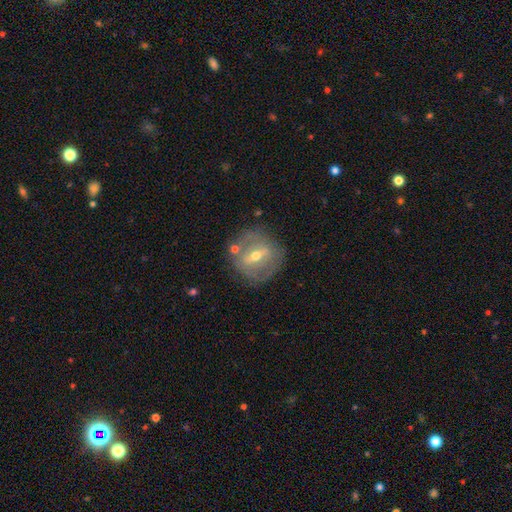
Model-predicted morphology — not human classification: Q: Smooth or featured?
A: featured or disk (68%); runner-up: smooth (24%)
Q: Edge-on disk?
A: no (87%); runner-up: yes (13%)
Q: Bar?
A: strong (49%); runner-up: weak (36%)
Q: Spiral arms?
A: no (67%); runner-up: yes (33%)
Q: Bulge size?
A: moderate (62%); runner-up: small (33%)
Q: Merging?
A: none (76%); runner-up: minor disturbance (14%)